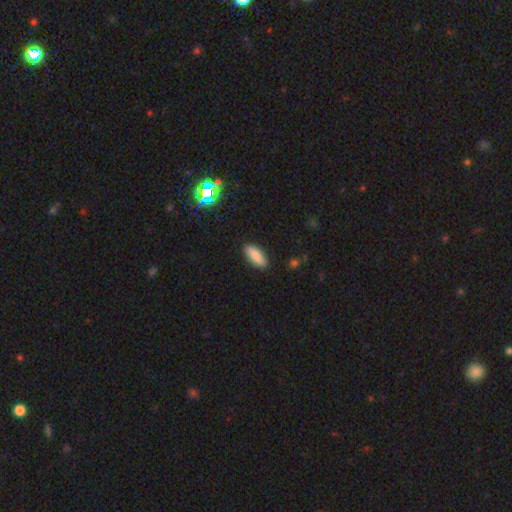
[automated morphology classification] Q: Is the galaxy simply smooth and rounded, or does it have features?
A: smooth — 83%.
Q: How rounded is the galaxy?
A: in between — 69%.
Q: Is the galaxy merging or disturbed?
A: none — 88%.